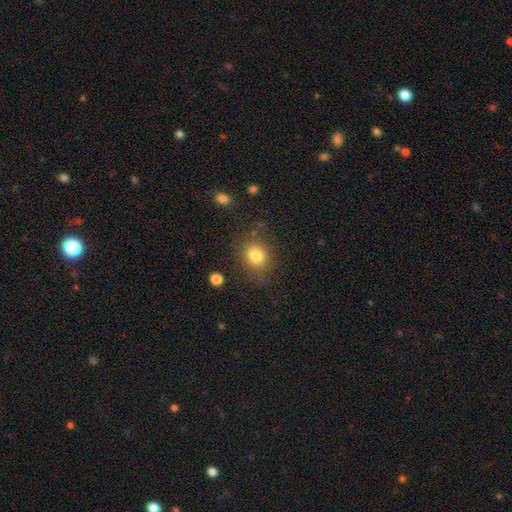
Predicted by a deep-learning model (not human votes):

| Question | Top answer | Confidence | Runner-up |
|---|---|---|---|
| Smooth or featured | smooth | 81% | star or artifact (12%) |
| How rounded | round | 77% | in between (22%) |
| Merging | none | 81% | minor disturbance (11%) |